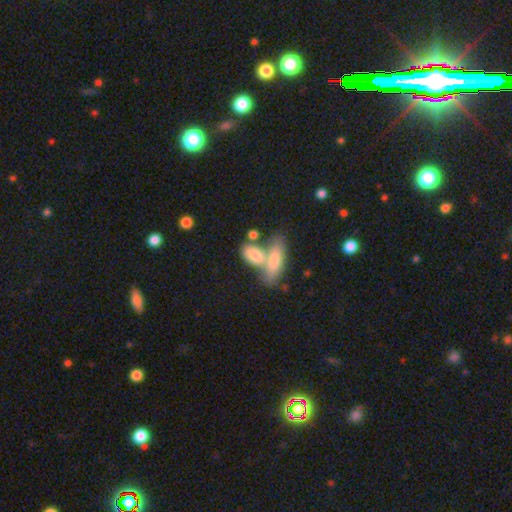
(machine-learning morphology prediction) Smooth or featured?
  - smooth: 76% *
  - featured or disk: 17%
  - star or artifact: 7%
How rounded?
  - in between: 76% *
  - cigar-shaped: 17%
  - round: 7%
Merging?
  - merger: 54% *
  - none: 31%
  - minor disturbance: 10%
  - major disturbance: 5%